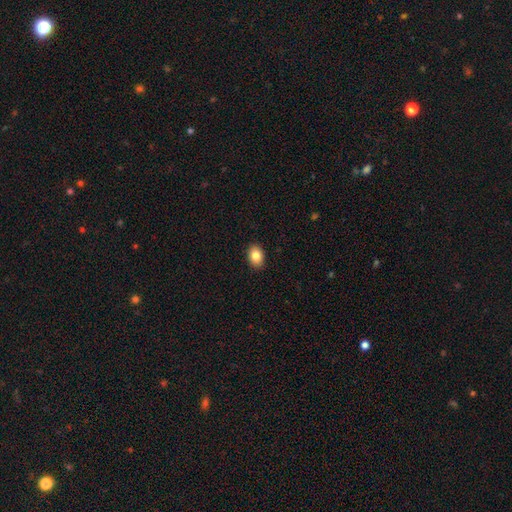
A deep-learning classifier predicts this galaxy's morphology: This appears to be a smooth galaxy with no disk features (84%) that is in between round and cigar-shaped (73%). Merging: none (90%).